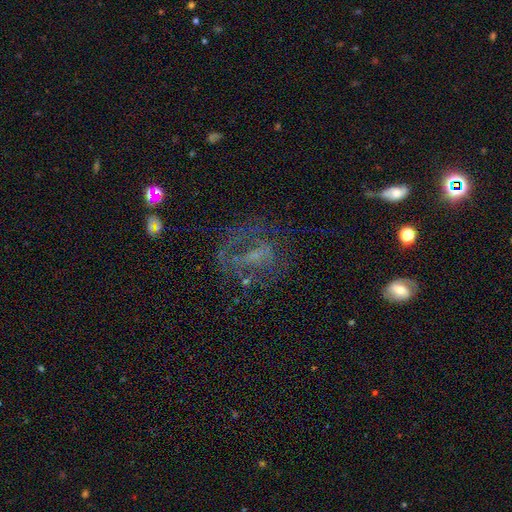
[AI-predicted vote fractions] A featured or disk galaxy (57%) with no bar (46%), no spiral arms (54%) and no central bulge (44%).

Vote fractions:
- Smooth or featured? featured or disk: 57% / star or artifact: 22% / smooth: 21%
- Edge-on disk? no: 94% / yes: 6%
- Bar? no: 46% / weak: 35% / strong: 19%
- Spiral arms? no: 54% / yes: 46%
- Bulge size? none: 44% / small: 32% / moderate: 19% / large: 4% / dominant: 1%
- Merging? none: 50% / major disturbance: 30% / minor disturbance: 17% / merger: 3%